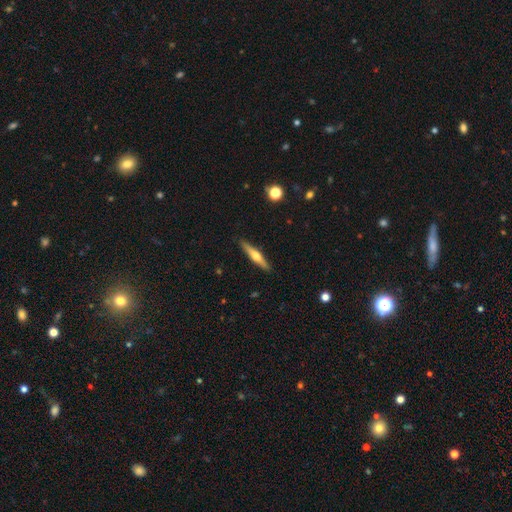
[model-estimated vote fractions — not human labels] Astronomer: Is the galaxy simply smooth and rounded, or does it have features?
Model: featured or disk — 60%.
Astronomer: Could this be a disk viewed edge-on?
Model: yes — 97%.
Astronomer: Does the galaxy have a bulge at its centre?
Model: rounded — 90%.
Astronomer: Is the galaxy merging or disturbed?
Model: none — 90%.